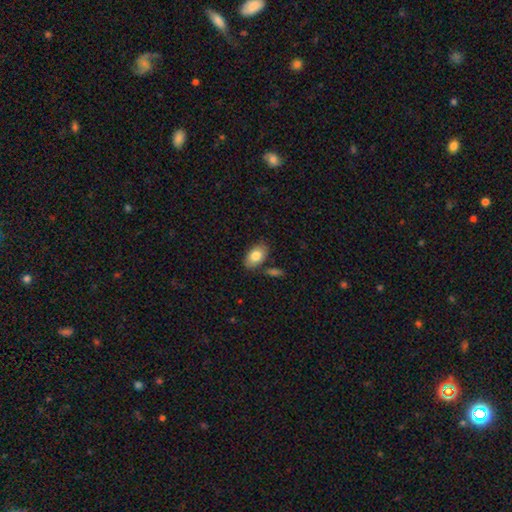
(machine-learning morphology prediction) A smooth galaxy with no disk features (81%) that is in between round and cigar-shaped (91%).

Vote fractions:
- Smooth or featured? smooth: 81% / featured or disk: 12% / star or artifact: 6%
- How rounded? in between: 91% / round: 7% / cigar-shaped: 1%
- Merging? none: 79% / minor disturbance: 12% / merger: 6% / major disturbance: 3%